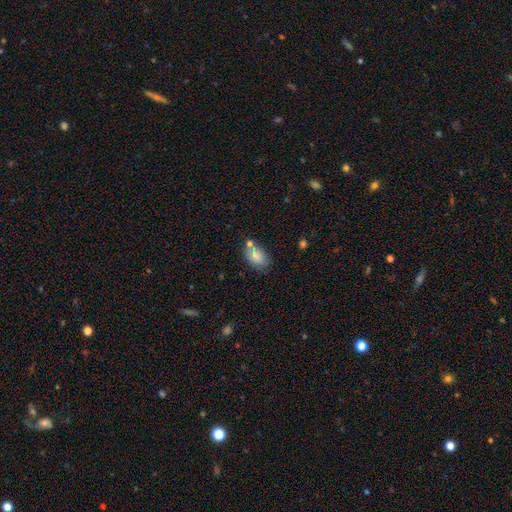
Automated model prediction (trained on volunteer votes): Smooth or featured: smooth — 80% (featured or disk — 12%)
How rounded: in between — 88% (round — 10%)
Merging: none — 56% (minor disturbance — 21%)